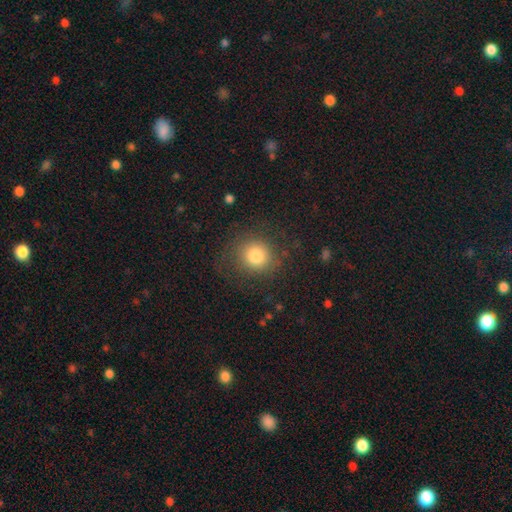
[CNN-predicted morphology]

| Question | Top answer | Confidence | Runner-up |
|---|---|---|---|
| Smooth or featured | smooth | 80% | star or artifact (11%) |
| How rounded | round | 86% | in between (13%) |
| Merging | none | 80% | minor disturbance (11%) |